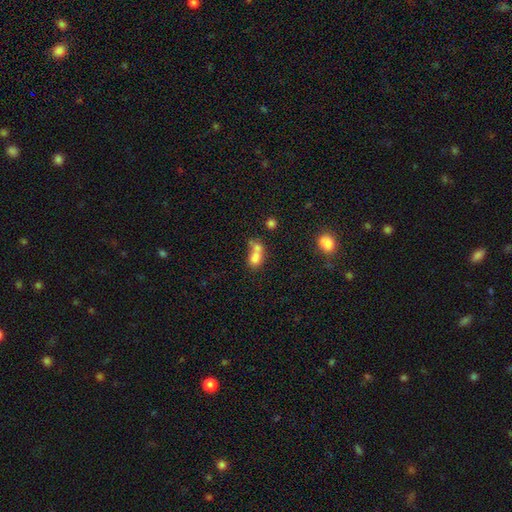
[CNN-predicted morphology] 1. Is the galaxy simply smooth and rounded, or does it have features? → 71% smooth, 17% featured or disk, 12% star or artifact.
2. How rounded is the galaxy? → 57% in between, 40% round, 3% cigar-shaped.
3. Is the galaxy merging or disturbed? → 65% merger, 21% none, 8% minor disturbance, 6% major disturbance.